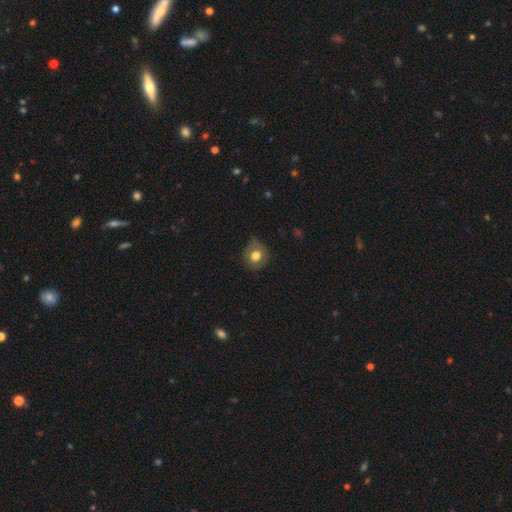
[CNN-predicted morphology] Smooth or featured? smooth (72%)
How rounded? round (81%)
Merging? none (76%)